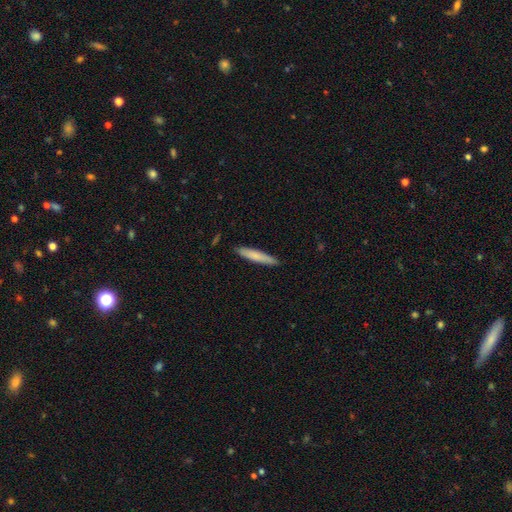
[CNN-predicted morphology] smooth 75%, featured or disk 19%, star or artifact 5%. Down the decision tree: how rounded — cigar-shaped (92%); merging — none (88%).